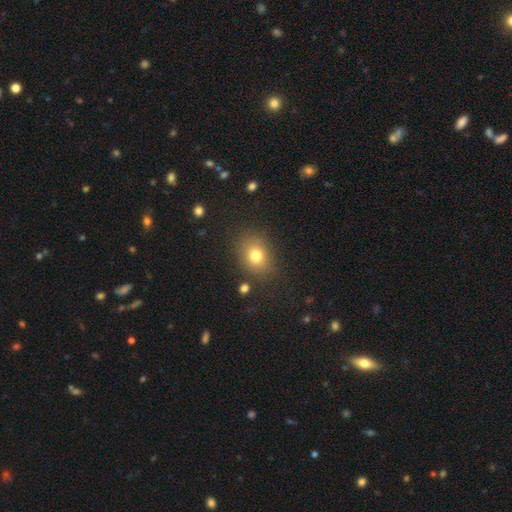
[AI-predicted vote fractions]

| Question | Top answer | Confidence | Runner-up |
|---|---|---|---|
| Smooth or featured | smooth | 77% | star or artifact (13%) |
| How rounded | in between | 50% | round (49%) |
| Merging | none | 82% | minor disturbance (11%) |